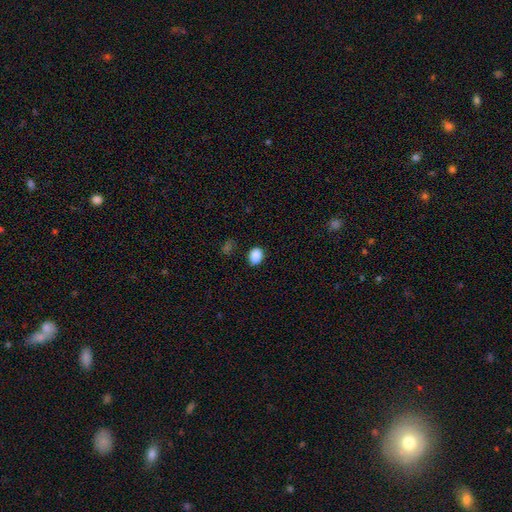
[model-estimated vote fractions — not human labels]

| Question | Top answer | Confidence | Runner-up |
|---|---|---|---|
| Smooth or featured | smooth | 88% | star or artifact (9%) |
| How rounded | in between | 66% | round (33%) |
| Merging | none | 83% | minor disturbance (12%) |